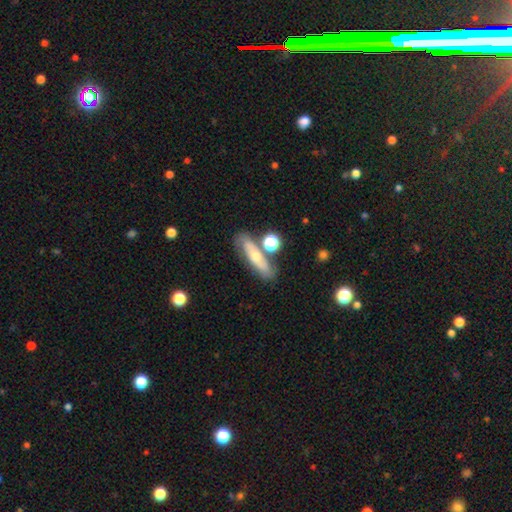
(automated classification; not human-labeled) Smooth or featured? Predicted: featured or disk (p=0.47). Merging? Predicted: none (p=0.66).